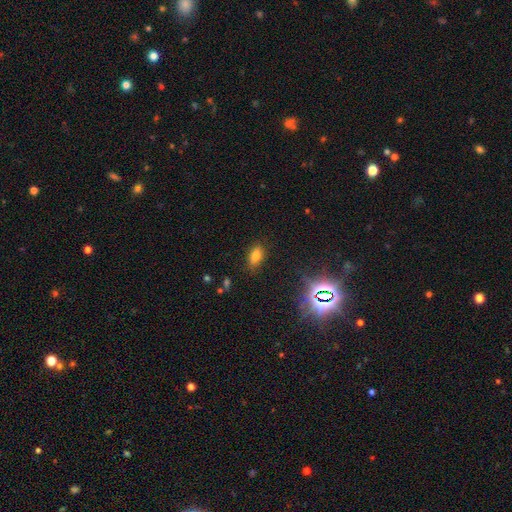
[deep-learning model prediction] Morphology: type=smooth (74%); roundness=in between (87%); merging=none (84%).